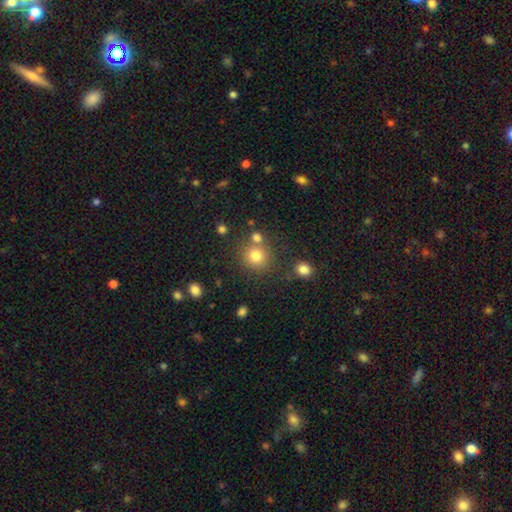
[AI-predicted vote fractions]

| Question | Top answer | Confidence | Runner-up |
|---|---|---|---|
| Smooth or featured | smooth | 78% | star or artifact (14%) |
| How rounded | round | 89% | in between (10%) |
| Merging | none | 71% | merger (16%) |